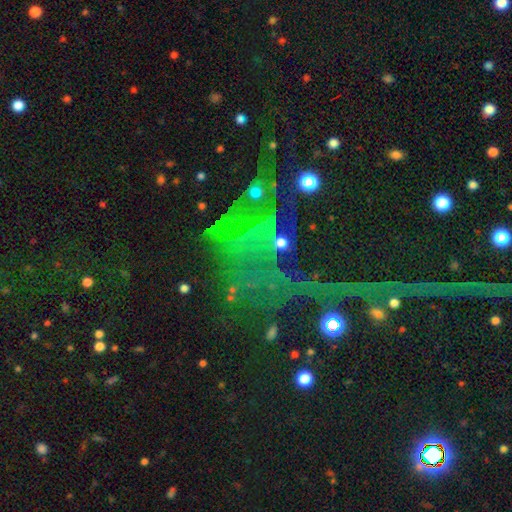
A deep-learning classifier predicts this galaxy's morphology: This appears to be a star or artifact, not a galaxy (58%).